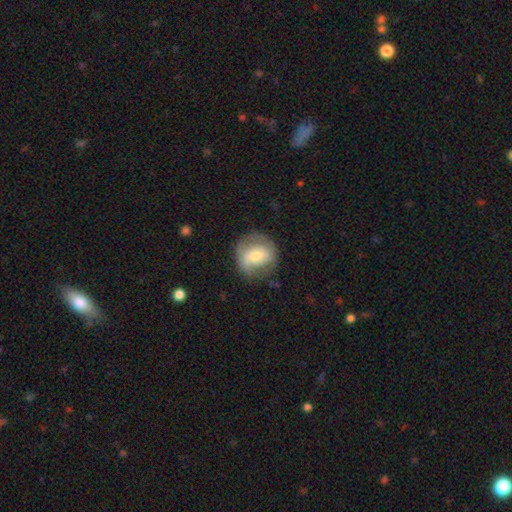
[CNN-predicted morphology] smooth-or-featured: smooth: 49% | featured or disk: 44% | star or artifact: 7%
  merging: none: 69% | minor disturbance: 20% | major disturbance: 9% | merger: 1%